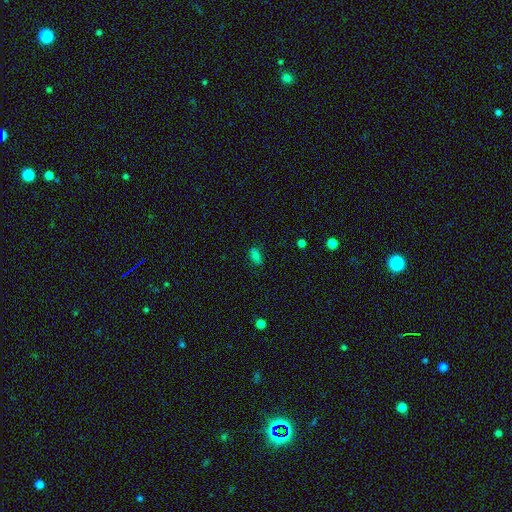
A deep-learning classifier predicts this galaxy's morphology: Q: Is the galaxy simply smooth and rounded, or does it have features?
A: smooth — 77%.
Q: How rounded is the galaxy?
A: in between — 88%.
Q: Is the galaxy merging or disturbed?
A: none — 83%.